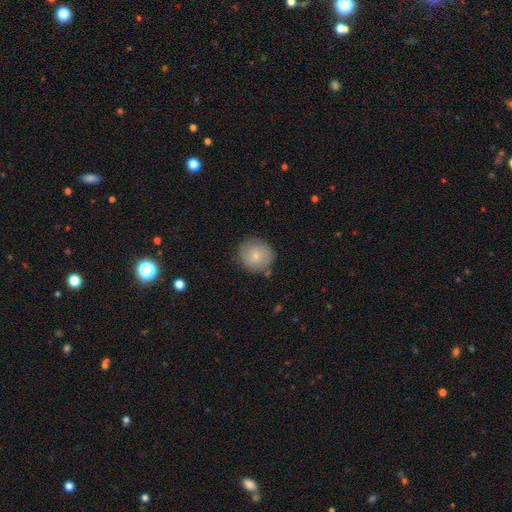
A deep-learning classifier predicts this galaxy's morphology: The model was most divided on "smooth or featured": smooth: 80%, featured or disk: 13%, star or artifact: 7%. More confident: how rounded — round (91%); merging — none (82%).